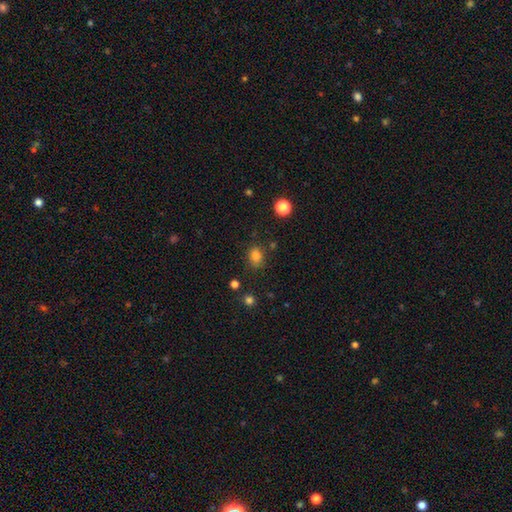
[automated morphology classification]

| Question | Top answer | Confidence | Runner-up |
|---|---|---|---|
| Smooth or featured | smooth | 81% | star or artifact (13%) |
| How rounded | in between | 53% | round (46%) |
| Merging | none | 77% | minor disturbance (15%) |